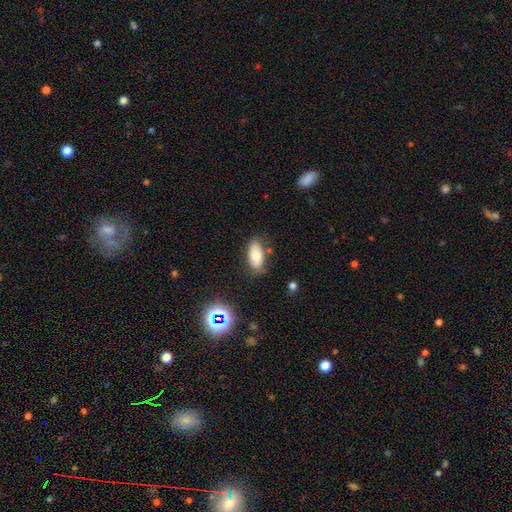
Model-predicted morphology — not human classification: Smooth or featured?
  - smooth: 74% *
  - featured or disk: 17%
  - star or artifact: 9%
How rounded?
  - in between: 90% *
  - cigar-shaped: 7%
  - round: 3%
Merging?
  - none: 75% *
  - minor disturbance: 17%
  - major disturbance: 4%
  - merger: 4%